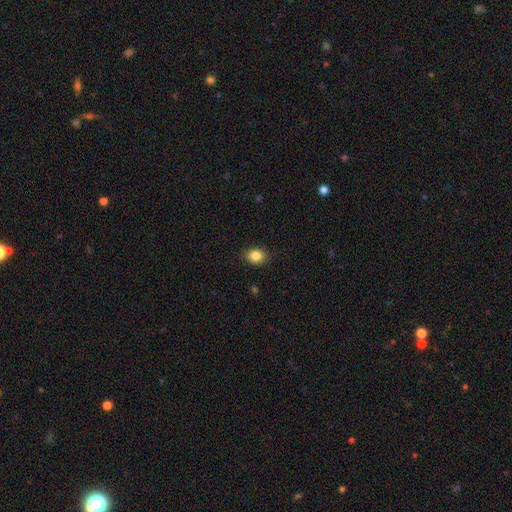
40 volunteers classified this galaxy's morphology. smooth-or-featured: smooth: 90% | star or artifact: 8% | featured or disk: 2%
  how-rounded: round: 53% | in between: 47% | cigar-shaped: 0%
  merging: none: 84% | minor disturbance: 8% | merger: 5% | major disturbance: 3%